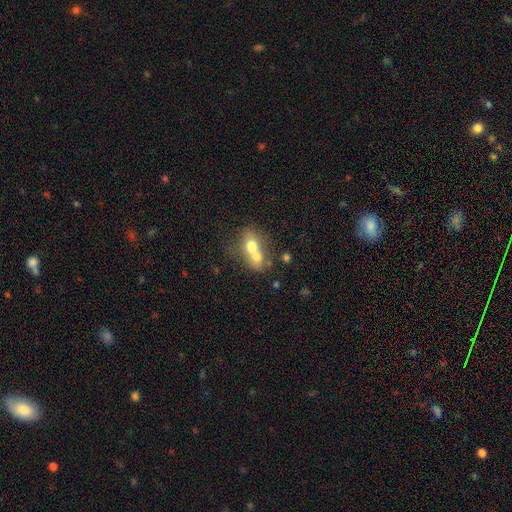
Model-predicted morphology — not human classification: A smooth galaxy with no disk features (64%) that is in between round and cigar-shaped (57%). Merging: merger (70%).